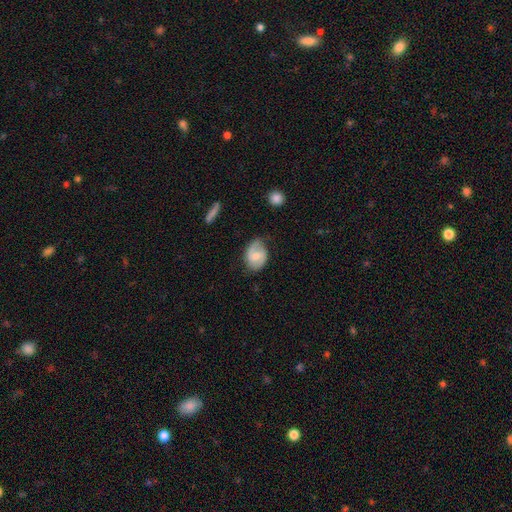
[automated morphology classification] A featured or disk galaxy (53%) with a weak bar (49%), spiral arms (86%) and a moderate central bulge (50%).

Vote fractions:
- Smooth or featured? featured or disk: 53% / smooth: 40% / star or artifact: 7%
- Edge-on disk? no: 97% / yes: 3%
- Bar? weak: 49% / no: 38% / strong: 13%
- Spiral arms? yes: 86% / no: 14%
- Bulge size? moderate: 50% / small: 37% / none: 8% / large: 5% / dominant: 1%
- Merging? none: 63% / minor disturbance: 27% / major disturbance: 8% / merger: 2%